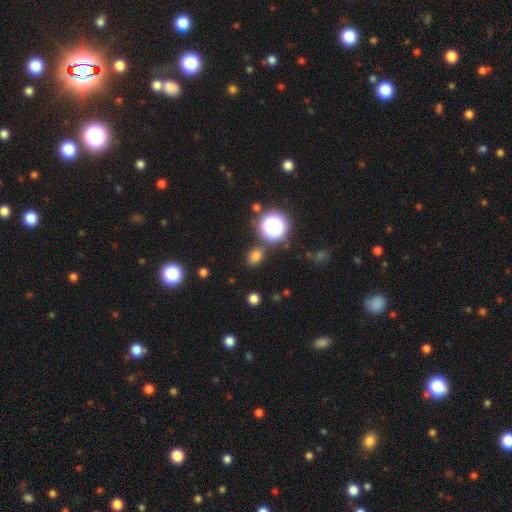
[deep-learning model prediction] Smooth or featured? Predicted: smooth (p=0.73). How rounded? Predicted: in between (p=0.57). Merging? Predicted: none (p=0.81).